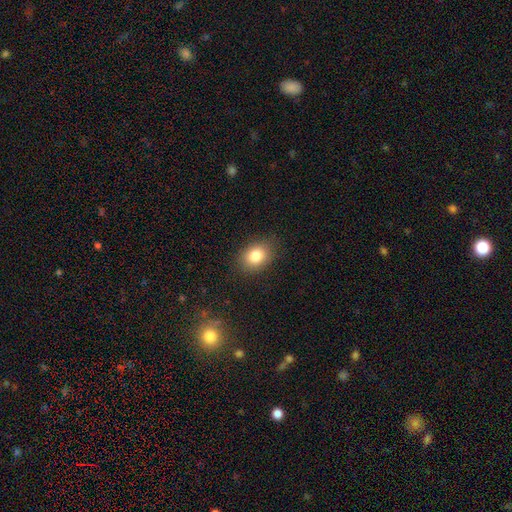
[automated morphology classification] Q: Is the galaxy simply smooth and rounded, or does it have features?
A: smooth — 82%.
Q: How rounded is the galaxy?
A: in between — 61%.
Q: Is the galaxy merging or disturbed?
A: none — 85%.